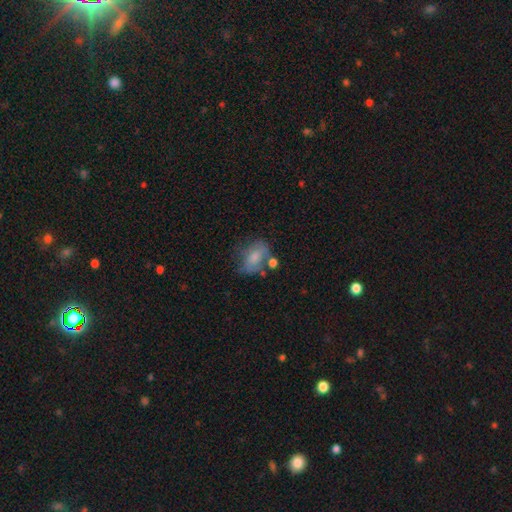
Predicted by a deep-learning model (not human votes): Smooth or featured?
  - smooth: 58% *
  - featured or disk: 31%
  - star or artifact: 12%
How rounded?
  - in between: 78% *
  - round: 19%
  - cigar-shaped: 3%
Merging?
  - none: 49% *
  - minor disturbance: 25%
  - major disturbance: 14%
  - merger: 13%